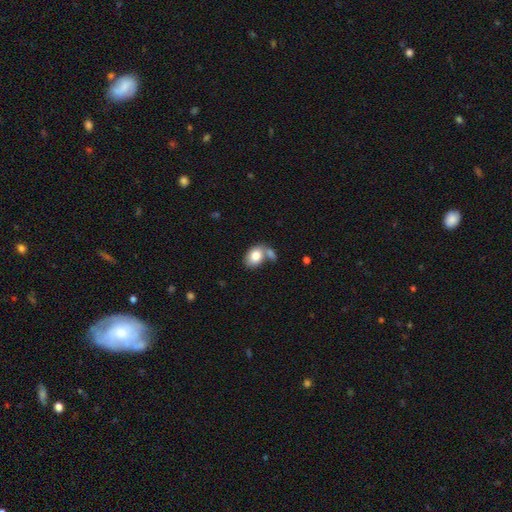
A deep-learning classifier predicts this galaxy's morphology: A smooth galaxy with no disk features (81%) that is in between round and cigar-shaped (80%). Merging: none (42%).